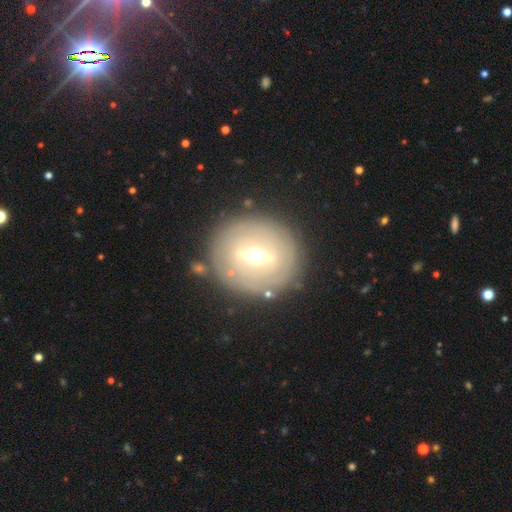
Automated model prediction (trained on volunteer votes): Q: Smooth or featured?
A: featured or disk (68%); runner-up: smooth (25%)
Q: Edge-on disk?
A: no (90%); runner-up: yes (10%)
Q: Bar?
A: weak (44%); runner-up: strong (41%)
Q: Spiral arms?
A: no (59%); runner-up: yes (41%)
Q: Bulge size?
A: moderate (63%); runner-up: small (30%)
Q: Merging?
A: none (83%); runner-up: minor disturbance (10%)